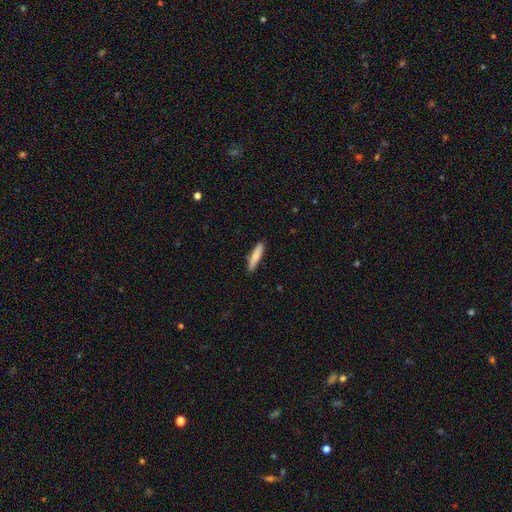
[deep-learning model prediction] A smooth galaxy with no disk features (80%) that is cigar-shaped (86%). Merging: none (89%).